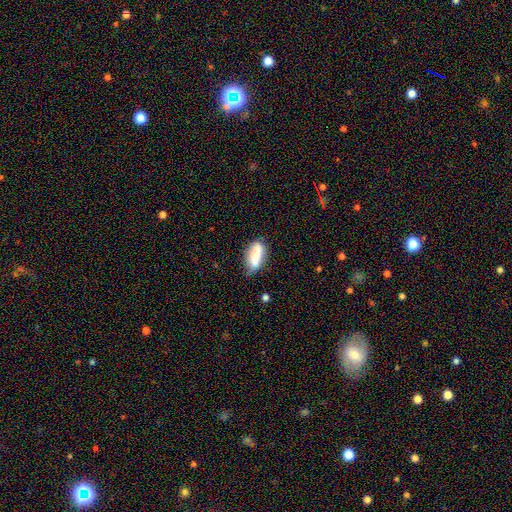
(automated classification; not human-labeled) Smooth or featured? Predicted: smooth (p=0.75). How rounded? Predicted: in between (p=0.70). Merging? Predicted: none (p=0.63).